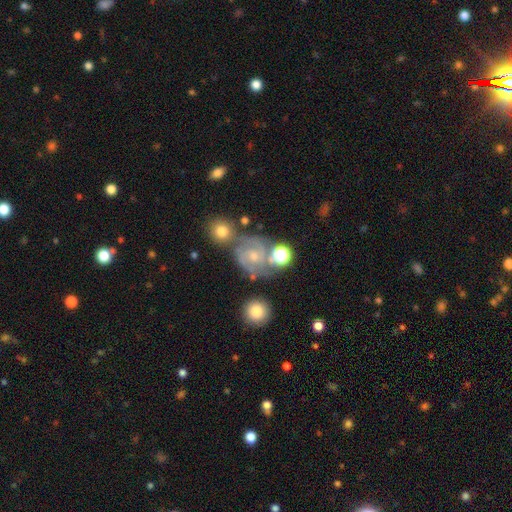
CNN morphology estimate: Overall: featured or disk (77%). Edge-on disk: no (98%). Bar: no (61%; weak 32%). Spiral arms: yes (95%). Spiral arm count: 2 (56%; 3 21%). Spiral winding: medium (46%; tight 45%). Bulge size: small (56%; moderate 37%). Merging: none (52%; minor disturbance 19%).